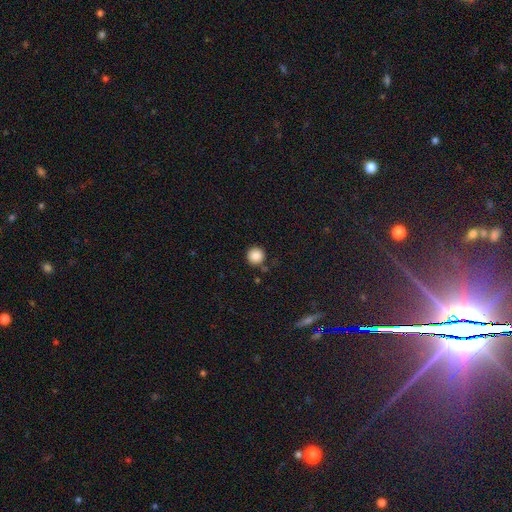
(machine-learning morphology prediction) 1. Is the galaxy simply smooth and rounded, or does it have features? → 86% smooth, 10% star or artifact, 4% featured or disk.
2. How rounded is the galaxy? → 95% round, 4% in between, 1% cigar-shaped.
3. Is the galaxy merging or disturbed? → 84% none, 9% minor disturbance, 4% merger, 3% major disturbance.